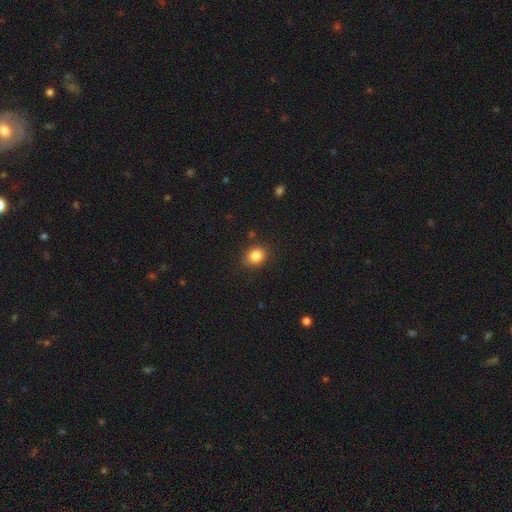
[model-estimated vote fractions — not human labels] Smooth or featured: smooth — 84% (star or artifact — 10%)
How rounded: round — 63% (in between — 36%)
Merging: none — 84% (minor disturbance — 11%)